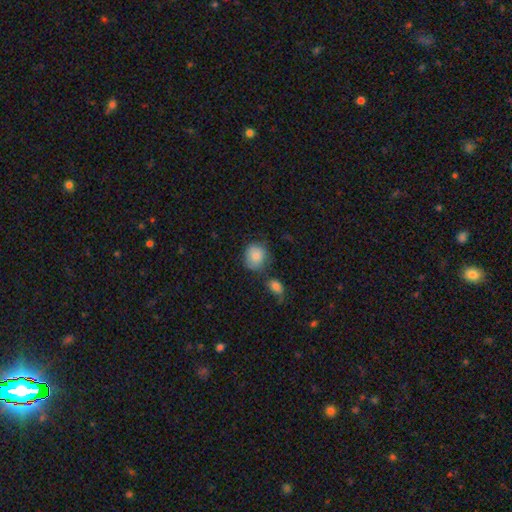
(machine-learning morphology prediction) Smooth or featured? smooth (84%)
How rounded? round (76%)
Merging? none (60%)